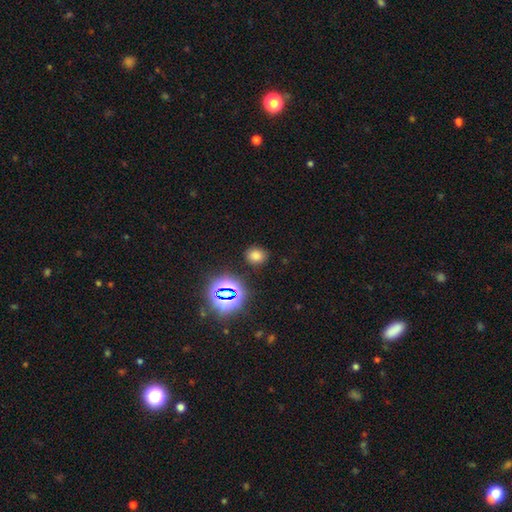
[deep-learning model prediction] This is likely a smooth galaxy (72%). How rounded: possibly round (57%). Merging: clearly none (85%).